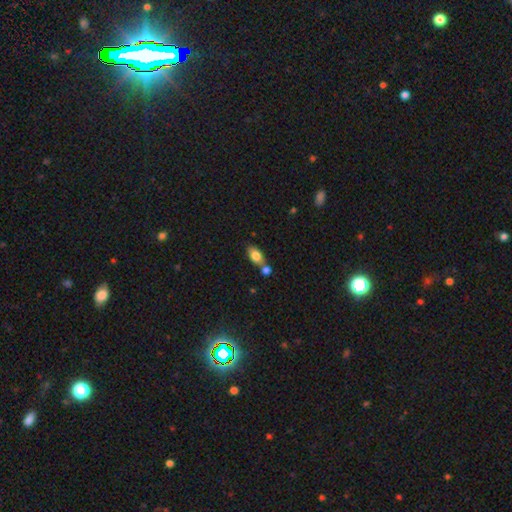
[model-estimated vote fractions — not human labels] A smooth galaxy with no disk features (79%) that is in between round and cigar-shaped (86%). Merging: none (50%).